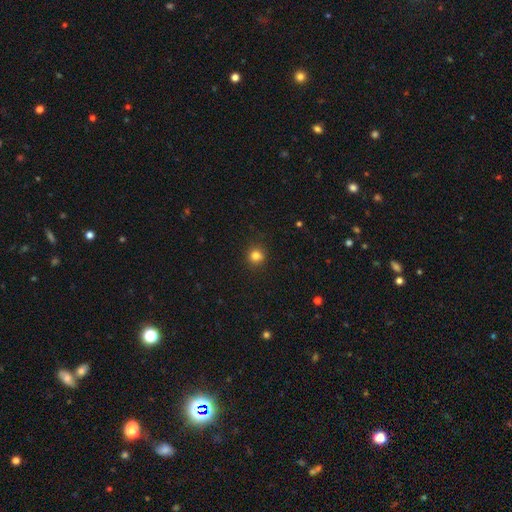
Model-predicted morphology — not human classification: Smooth or featured? Predicted: smooth (p=0.81). How rounded? Predicted: round (p=0.87). Merging? Predicted: none (p=0.88).